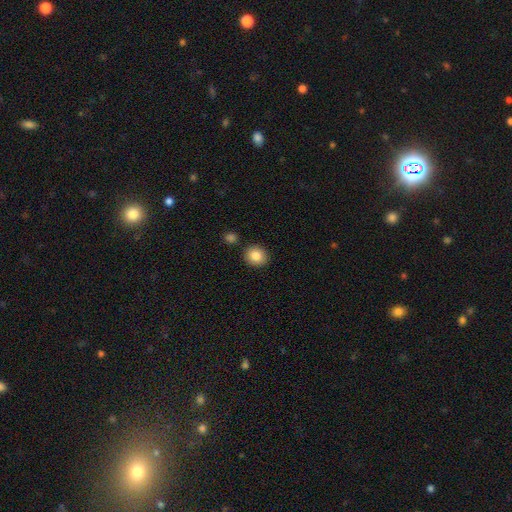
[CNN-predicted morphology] A smooth galaxy with no disk features (85%) that is round (78%). Merging: none (87%).